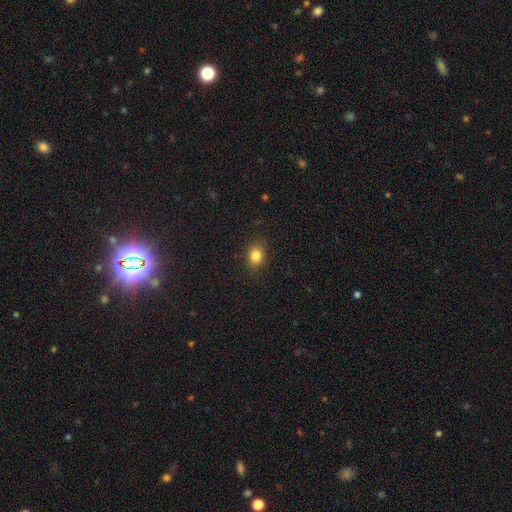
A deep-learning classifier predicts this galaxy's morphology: The model was most divided on "how rounded": round: 57%, in between: 42%, cigar-shaped: 1%. More confident: merging — none (87%); smooth or featured — smooth (83%).